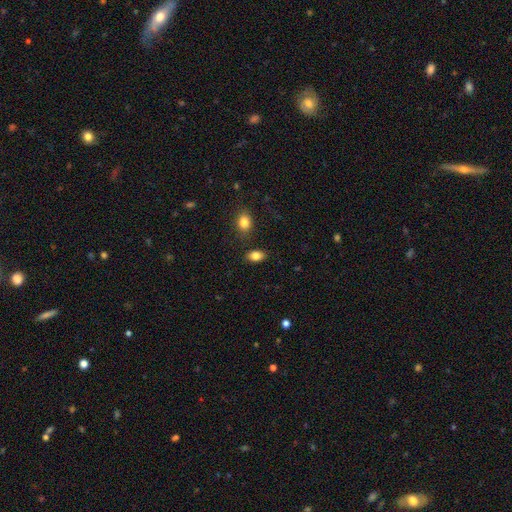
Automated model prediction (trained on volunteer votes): This appears to be a smooth galaxy with no disk features (84%) that is in between round and cigar-shaped (86%). Merging: none (84%).